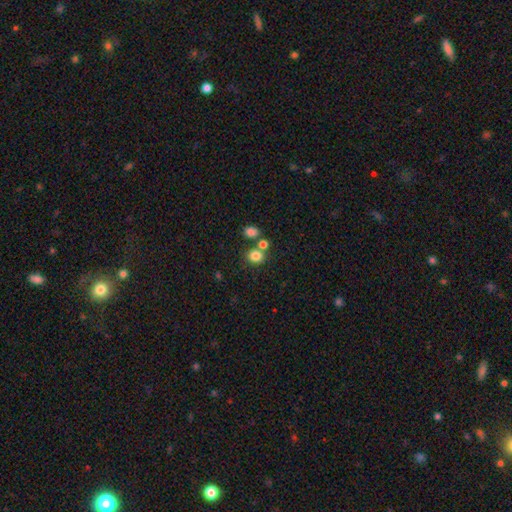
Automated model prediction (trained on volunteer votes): smooth-or-featured: smooth: 81% | star or artifact: 13% | featured or disk: 7%
  how-rounded: round: 72% | in between: 28% | cigar-shaped: 1%
  merging: none: 62% | merger: 25% | minor disturbance: 9% | major disturbance: 4%